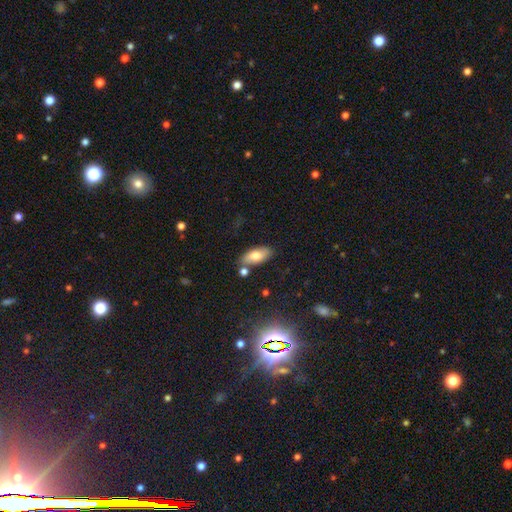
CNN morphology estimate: Q: Smooth or featured?
A: smooth (74%); runner-up: featured or disk (18%)
Q: How rounded?
A: in between (88%); runner-up: cigar-shaped (9%)
Q: Merging?
A: none (76%); runner-up: minor disturbance (13%)